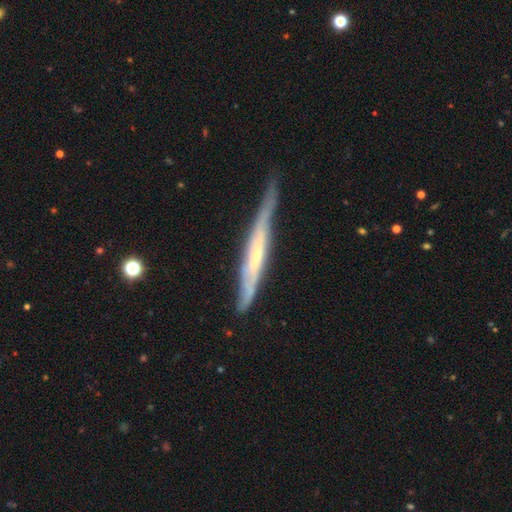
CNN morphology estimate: smooth_or_featured: featured or disk (p=0.70) [alt: smooth p=0.24]
disk_edge_on: yes (p=0.87) [alt: no p=0.13]
edge_on_bulge: none (p=0.63) [alt: rounded p=0.27]
merging: none (p=0.66) [alt: minor disturbance p=0.27]